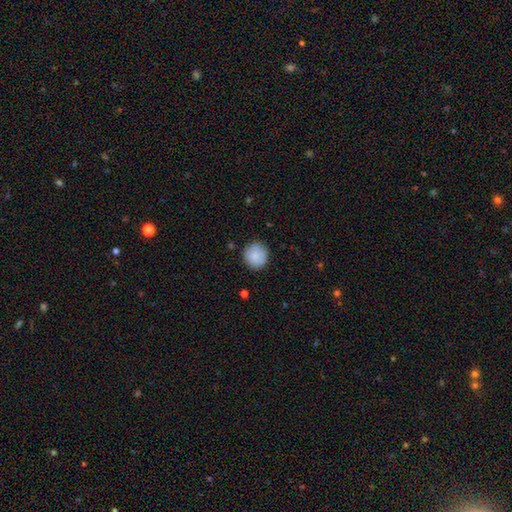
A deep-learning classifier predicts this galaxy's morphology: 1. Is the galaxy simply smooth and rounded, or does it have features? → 86% smooth, 7% star or artifact, 7% featured or disk.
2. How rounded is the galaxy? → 92% round, 7% in between, 1% cigar-shaped.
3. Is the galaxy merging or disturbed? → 85% none, 11% minor disturbance, 2% major disturbance, 1% merger.